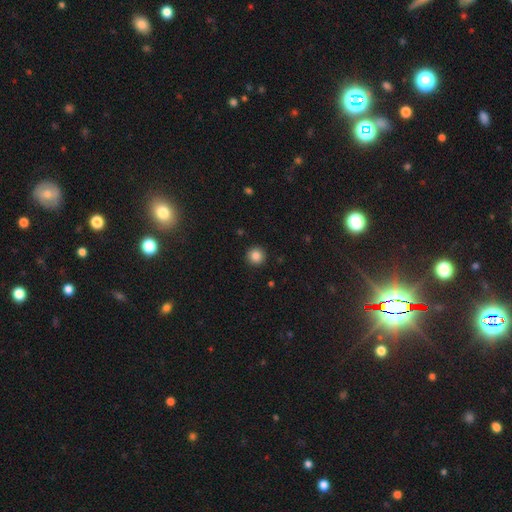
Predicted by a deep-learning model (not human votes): Smooth or featured: smooth — 86% (star or artifact — 10%)
How rounded: round — 96% (in between — 4%)
Merging: none — 93% (minor disturbance — 4%)